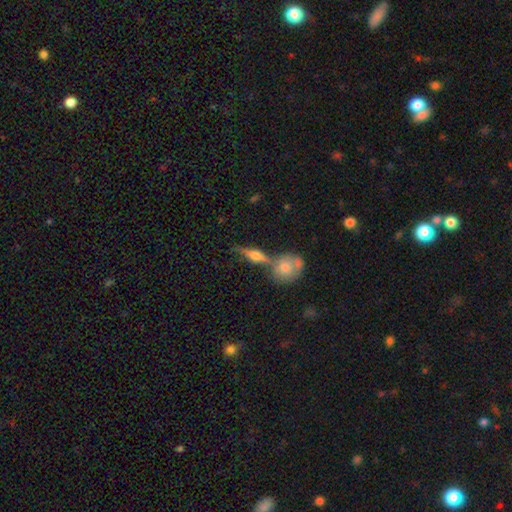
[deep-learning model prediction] Morphology: type=featured or disk (66%); edge-on=yes (92%); edge-on bulge=rounded (91%); merging=none (64%).